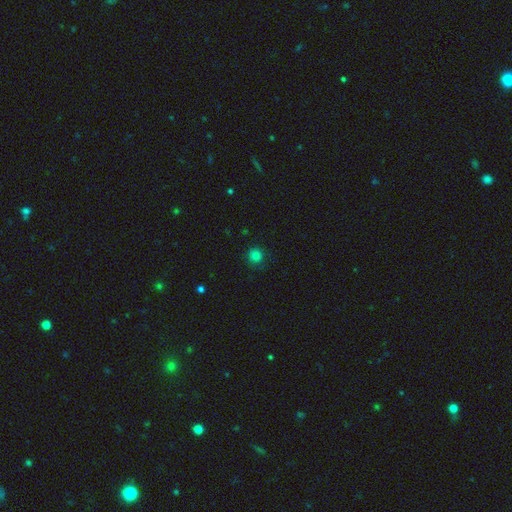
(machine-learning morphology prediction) smooth_or_featured: smooth (p=0.81) [alt: star or artifact p=0.14]
how_rounded: round (p=0.93) [alt: in between p=0.06]
merging: none (p=0.84) [alt: minor disturbance p=0.11]